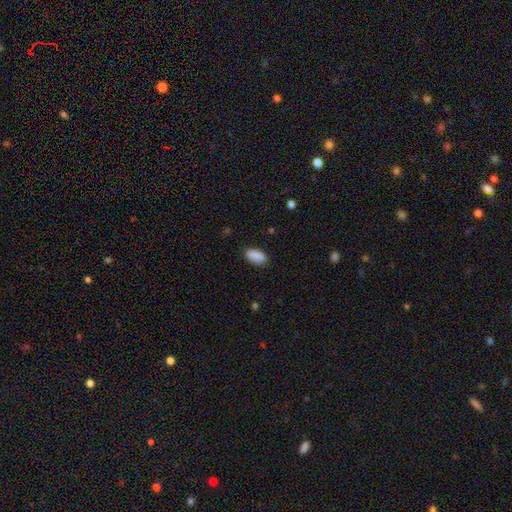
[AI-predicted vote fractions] Smooth or featured? Predicted: smooth (p=0.89). How rounded? Predicted: in between (p=0.92). Merging? Predicted: none (p=0.85).